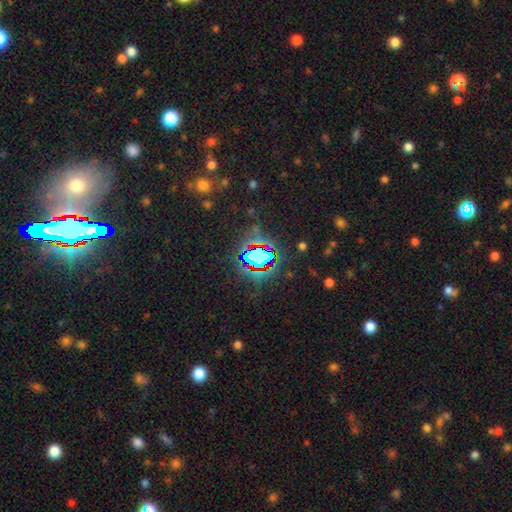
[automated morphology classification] star or artifact 82%, smooth 10%, featured or disk 8%.